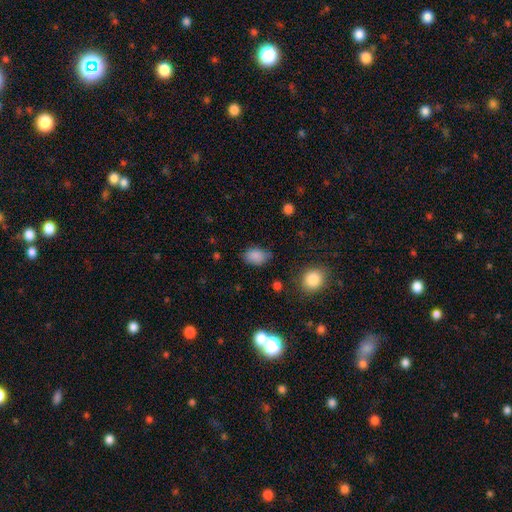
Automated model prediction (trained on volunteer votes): Overall: smooth (84%). How rounded: in between (79%). Merging: none (68%).